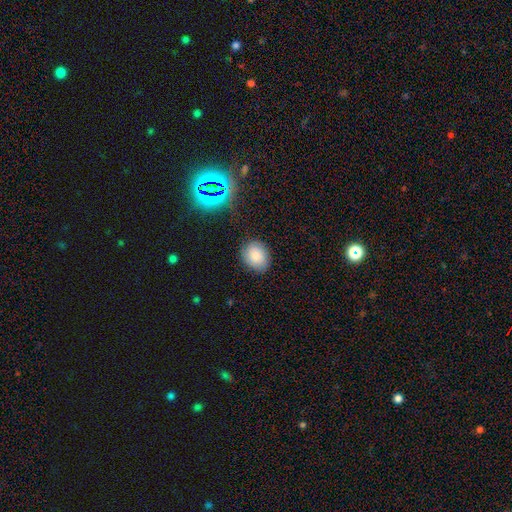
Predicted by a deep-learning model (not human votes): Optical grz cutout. It shows a smooth galaxy with no disk features (81%) that is round (57%). Merging: none (84%).